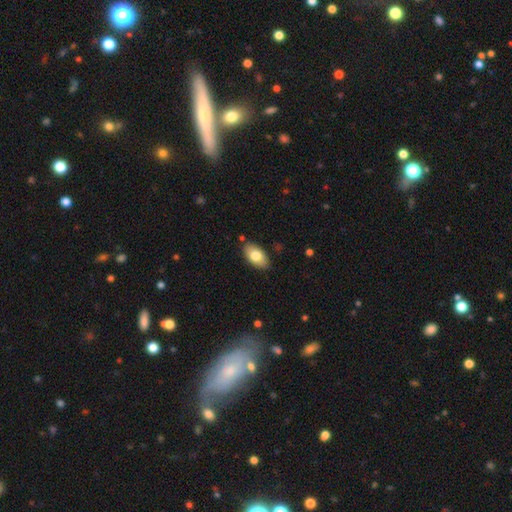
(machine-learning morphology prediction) This appears to be a smooth galaxy with no disk features (76%) that is in between round and cigar-shaped (93%). Merging: none (84%).